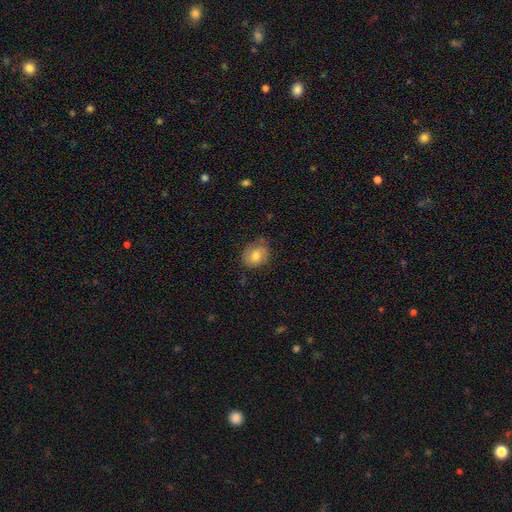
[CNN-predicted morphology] Smooth or featured? smooth (70%)
How rounded? round (53%)
Merging? none (66%)